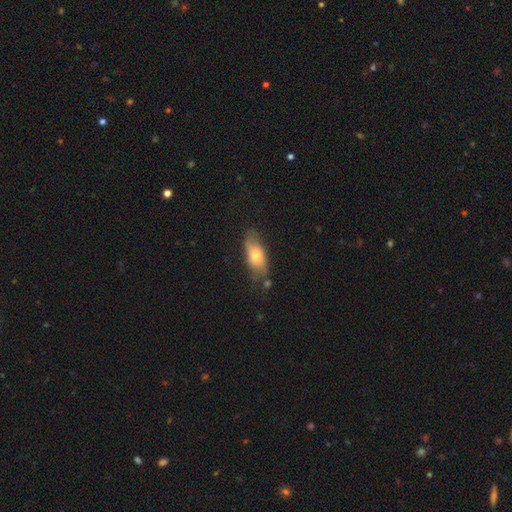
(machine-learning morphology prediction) Q: Smooth or featured?
A: smooth (61%); runner-up: featured or disk (31%)
Q: How rounded?
A: in between (78%); runner-up: cigar-shaped (18%)
Q: Merging?
A: none (70%); runner-up: minor disturbance (22%)